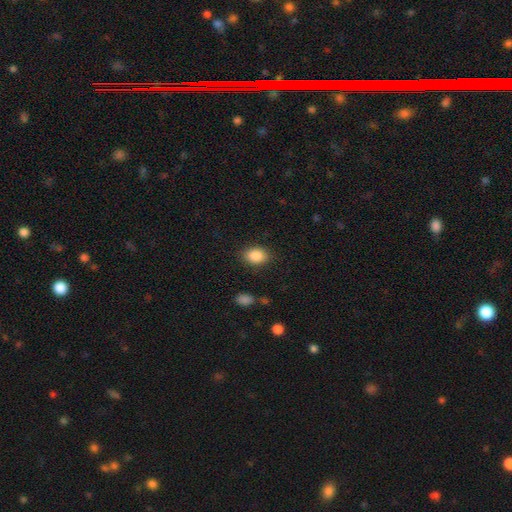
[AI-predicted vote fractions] The model was most divided on "how rounded": in between: 76%, round: 23%, cigar-shaped: 1%. More confident: smooth or featured — smooth (88%); merging — none (85%).